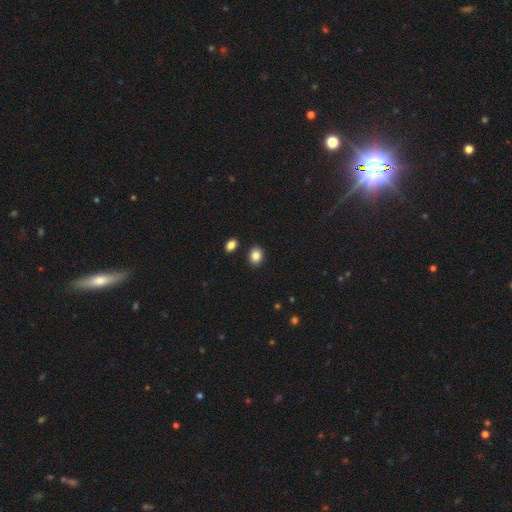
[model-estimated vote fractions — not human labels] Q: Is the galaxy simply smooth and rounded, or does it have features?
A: smooth — 86%.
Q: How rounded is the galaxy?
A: in between — 57%.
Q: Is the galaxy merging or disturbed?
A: none — 86%.